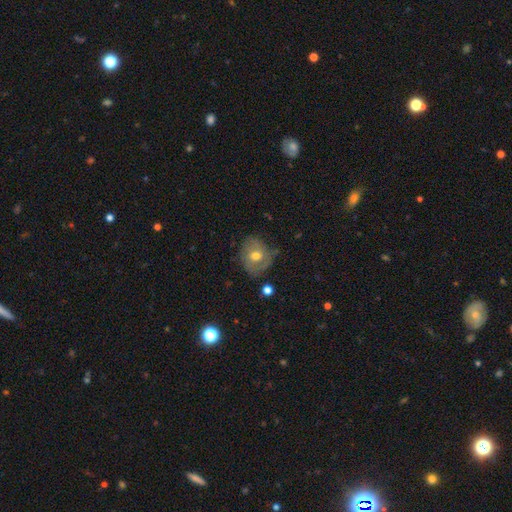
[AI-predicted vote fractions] Q: Smooth or featured?
A: smooth (52%); runner-up: featured or disk (38%)
Q: How rounded?
A: round (68%); runner-up: in between (31%)
Q: Merging?
A: none (63%); runner-up: minor disturbance (26%)